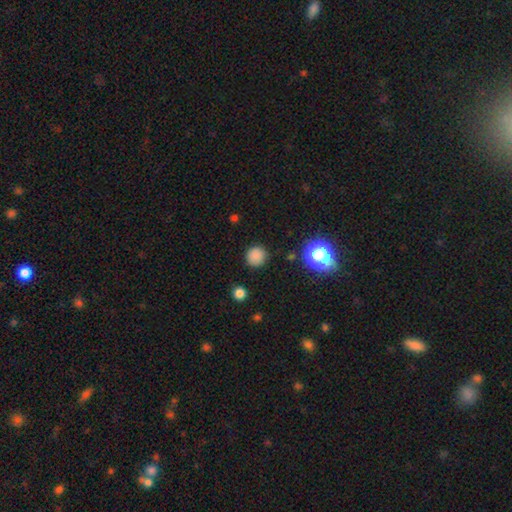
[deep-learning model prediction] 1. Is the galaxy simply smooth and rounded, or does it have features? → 82% smooth, 15% star or artifact, 4% featured or disk.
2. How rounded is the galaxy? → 92% round, 7% in between, 1% cigar-shaped.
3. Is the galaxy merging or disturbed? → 88% none, 8% minor disturbance, 3% major disturbance, 2% merger.